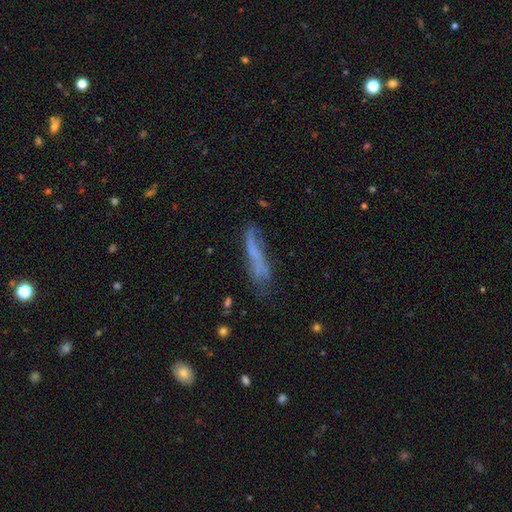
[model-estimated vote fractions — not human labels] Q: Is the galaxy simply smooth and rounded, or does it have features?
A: smooth — 49%.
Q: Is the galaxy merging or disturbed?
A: none — 49%.